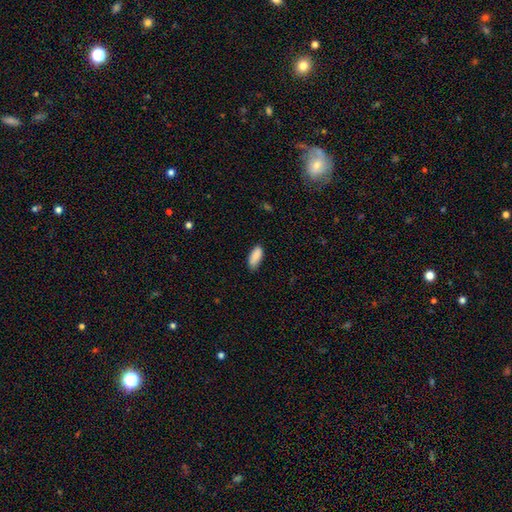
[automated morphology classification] This appears to be a smooth galaxy with no disk features (89%) that is in between round and cigar-shaped (84%). Merging: none (78%).